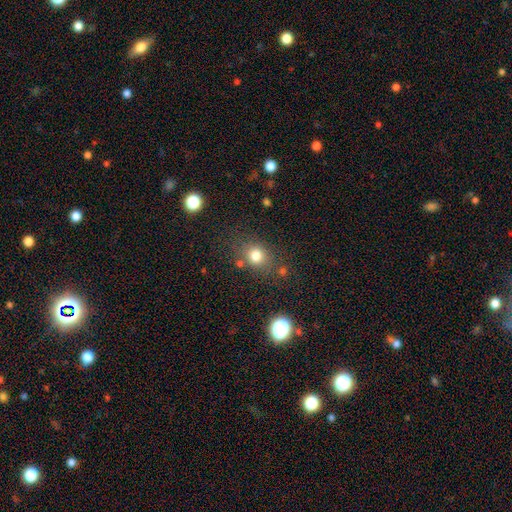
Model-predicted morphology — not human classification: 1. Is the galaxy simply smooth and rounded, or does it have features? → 77% smooth, 14% star or artifact, 8% featured or disk.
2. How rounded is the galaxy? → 65% round, 34% in between, 1% cigar-shaped.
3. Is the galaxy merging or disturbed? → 74% none, 14% minor disturbance, 7% merger, 6% major disturbance.